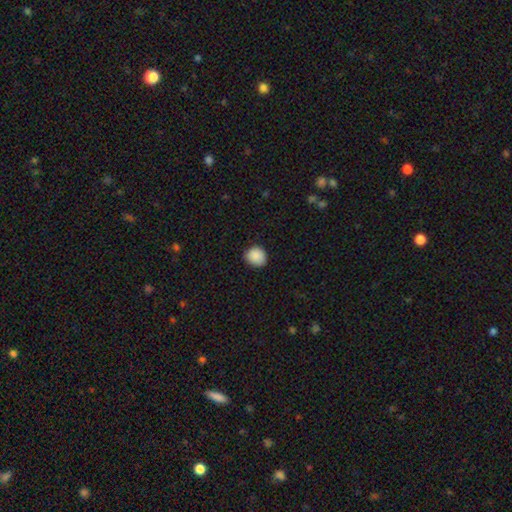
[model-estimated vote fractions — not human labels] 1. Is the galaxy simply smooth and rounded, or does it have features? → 89% smooth, 8% star or artifact, 3% featured or disk.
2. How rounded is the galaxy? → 78% round, 22% in between, 1% cigar-shaped.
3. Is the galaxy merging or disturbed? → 84% none, 12% minor disturbance, 2% major disturbance, 1% merger.